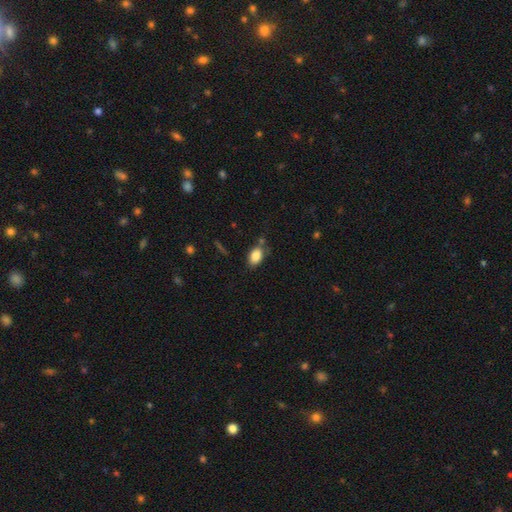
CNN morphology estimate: smooth_or_featured: smooth (p=0.85) [alt: star or artifact p=0.08]
how_rounded: in between (p=0.87) [alt: round p=0.11]
merging: none (p=0.71) [alt: minor disturbance p=0.18]